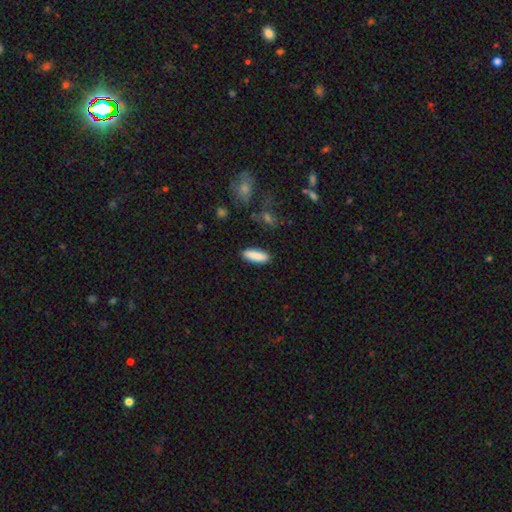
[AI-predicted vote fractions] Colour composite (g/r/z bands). It shows a smooth galaxy with no disk features (88%) that is cigar-shaped (52%). Merging: none (88%).